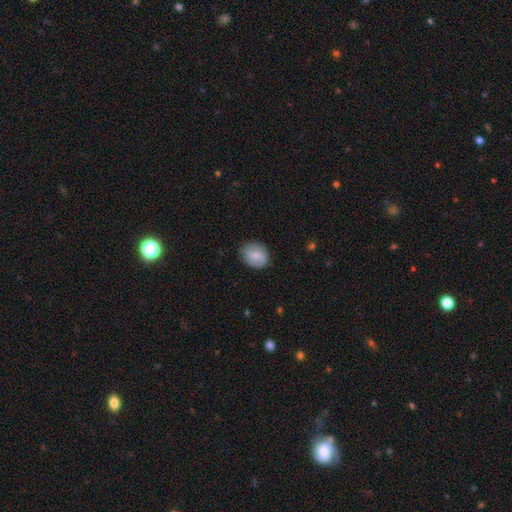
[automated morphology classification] Q: Smooth or featured?
A: smooth (65%); runner-up: featured or disk (28%)
Q: How rounded?
A: round (57%); runner-up: in between (42%)
Q: Merging?
A: none (78%); runner-up: minor disturbance (17%)